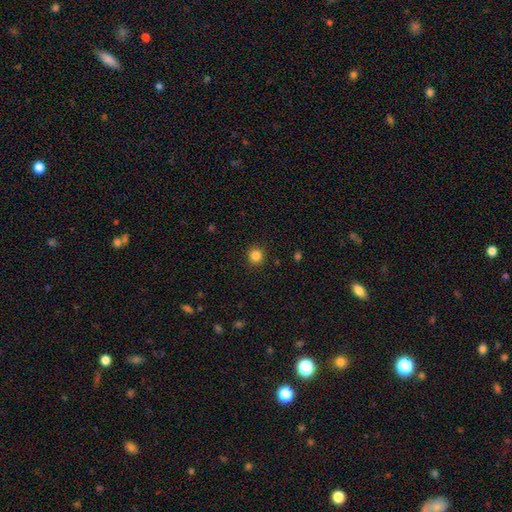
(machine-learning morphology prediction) The model was most divided on "smooth or featured": smooth: 84%, star or artifact: 12%, featured or disk: 4%. More confident: how rounded — round (93%); merging — none (91%).